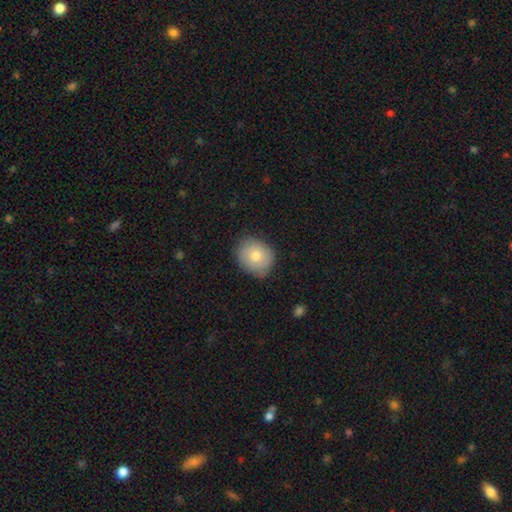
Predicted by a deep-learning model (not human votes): Morphology: type=smooth (71%); roundness=round (66%); merging=none (79%).